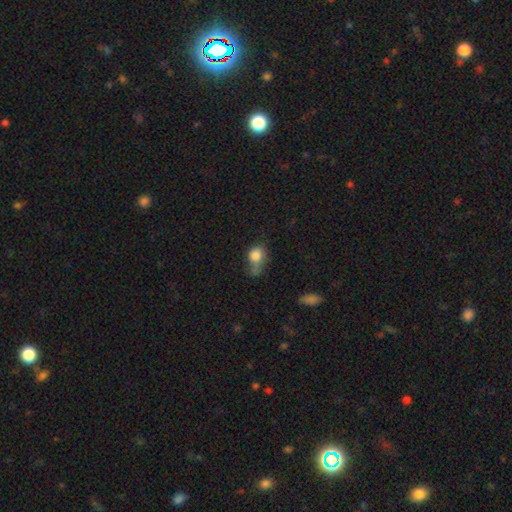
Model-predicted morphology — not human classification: smooth-or-featured: smooth: 77% | featured or disk: 12% | star or artifact: 10%
  how-rounded: in between: 50% | round: 48% | cigar-shaped: 2%
  merging: major disturbance: 33% | minor disturbance: 31% | none: 25% | merger: 11%